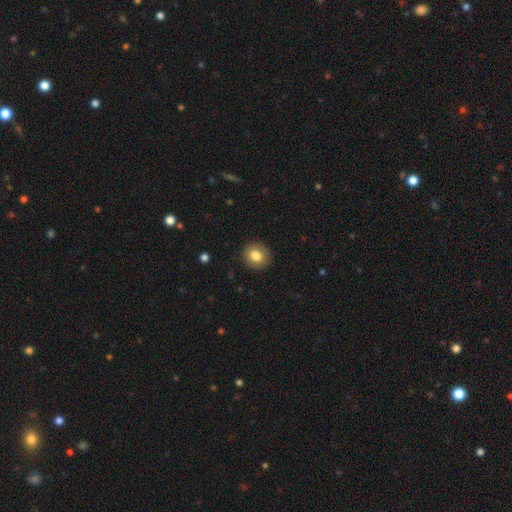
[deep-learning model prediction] Smooth or featured? smooth (81%)
How rounded? round (83%)
Merging? none (90%)